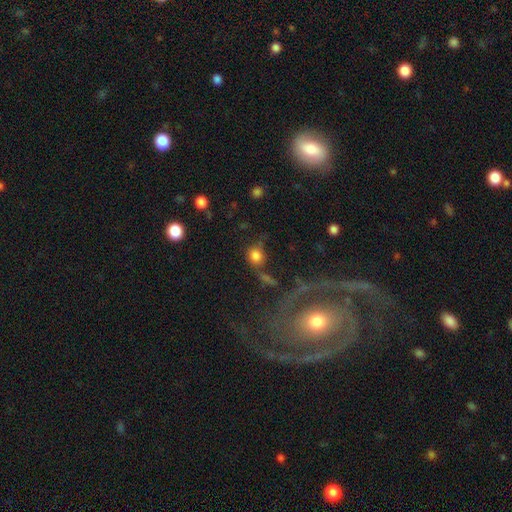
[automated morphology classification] smooth-or-featured: smooth: 77% | star or artifact: 13% | featured or disk: 10%
  how-rounded: round: 77% | in between: 21% | cigar-shaped: 2%
  merging: none: 53% | minor disturbance: 18% | merger: 15% | major disturbance: 14%